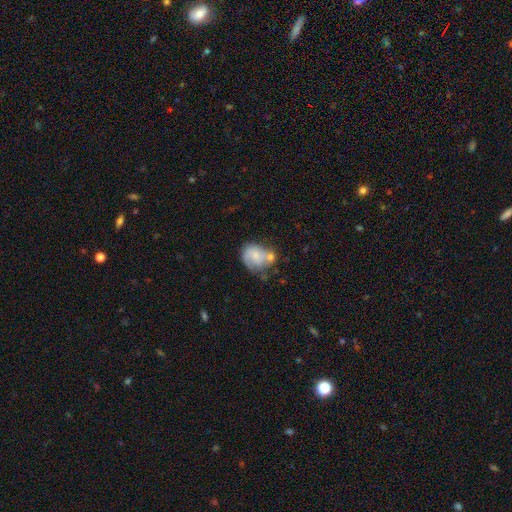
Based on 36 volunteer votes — smooth-or-featured: smooth: 44% (tied) | featured or disk: 44% (tied) | star or artifact: 11%
  how-rounded: round: 56% | in between: 44% | cigar-shaped: 0%
  merging: none: 34% (tied) | minor disturbance: 34% (tied) | merger: 25% | major disturbance: 6%